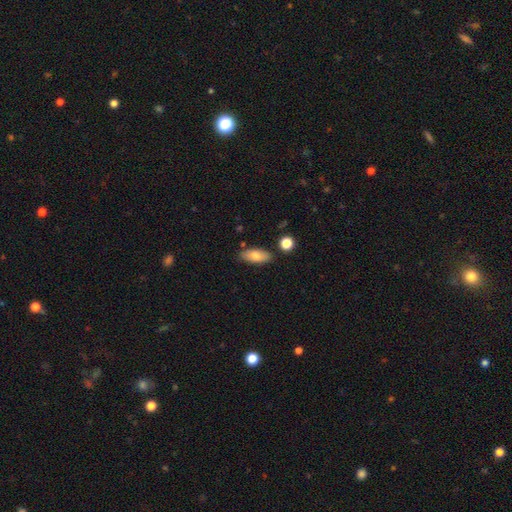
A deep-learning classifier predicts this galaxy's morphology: Smooth or featured? Predicted: smooth (p=0.79). How rounded? Predicted: in between (p=0.84). Merging? Predicted: none (p=0.83).